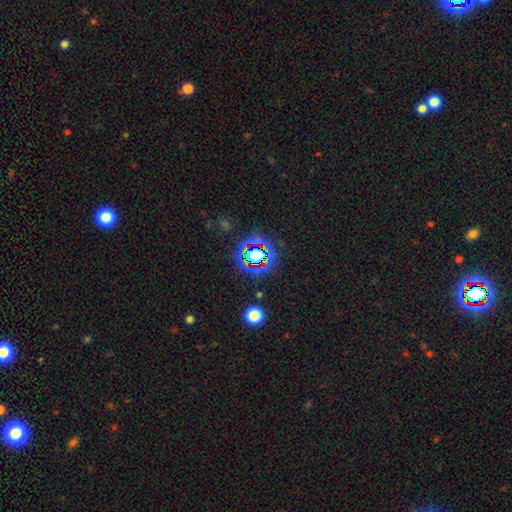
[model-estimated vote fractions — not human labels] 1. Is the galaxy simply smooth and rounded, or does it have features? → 69% star or artifact, 19% smooth, 12% featured or disk.